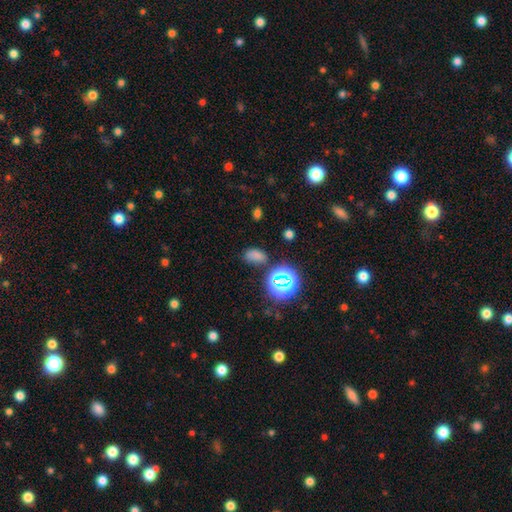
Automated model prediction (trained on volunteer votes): A smooth galaxy with no disk features (68%) that is in between round and cigar-shaped (85%).

Vote fractions:
- Smooth or featured? smooth: 68% / star or artifact: 26% / featured or disk: 6%
- How rounded? in between: 85% / round: 13% / cigar-shaped: 2%
- Merging? none: 72% / minor disturbance: 17% / major disturbance: 6% / merger: 5%